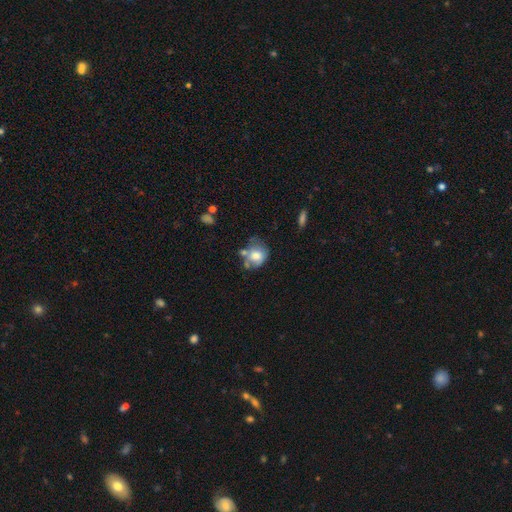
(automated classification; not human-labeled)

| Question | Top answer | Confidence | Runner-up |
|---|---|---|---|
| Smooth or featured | smooth | 64% | featured or disk (27%) |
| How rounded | round | 62% | in between (37%) |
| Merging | none | 35% | minor disturbance (27%) |